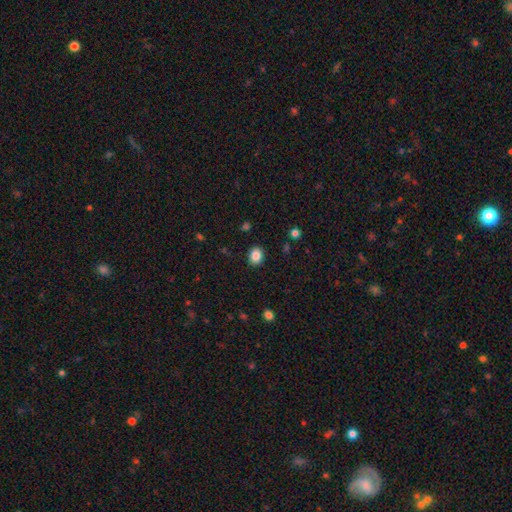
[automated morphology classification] Smooth or featured? Predicted: smooth (p=0.86). How rounded? Predicted: round (p=0.54). Merging? Predicted: none (p=0.89).